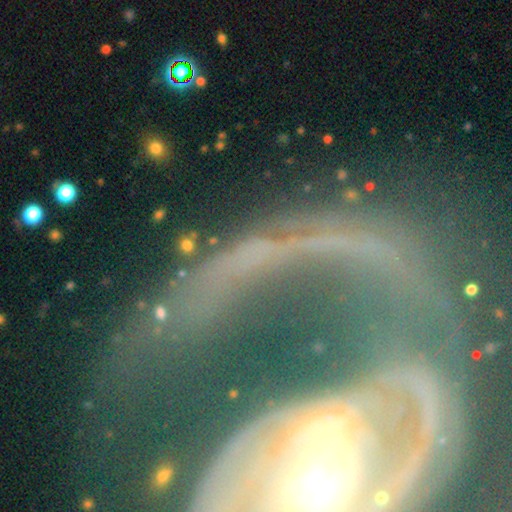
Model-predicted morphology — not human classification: Smooth or featured? featured or disk (44%)
Merging? none (58%)